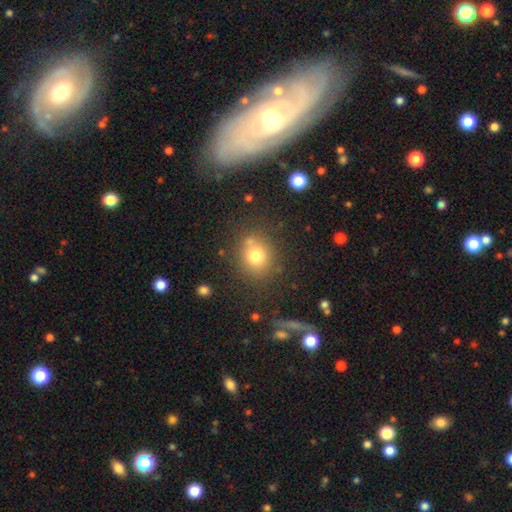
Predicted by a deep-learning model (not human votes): This appears to be a smooth galaxy with no disk features (76%) that is round (76%). Merging: none (75%).